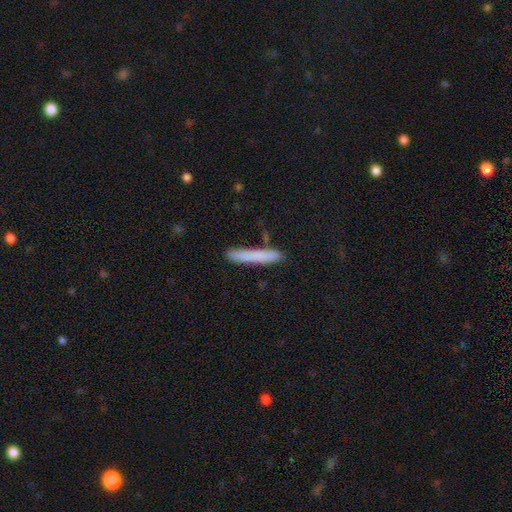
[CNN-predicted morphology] Smooth or featured: smooth — 79% (featured or disk — 14%)
How rounded: cigar-shaped — 95% (in between — 3%)
Merging: none — 84% (minor disturbance — 11%)